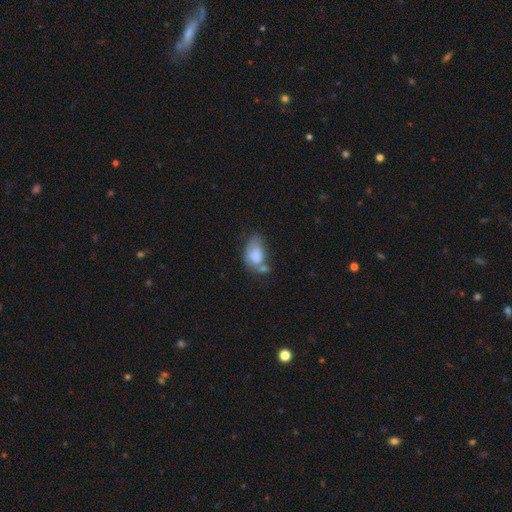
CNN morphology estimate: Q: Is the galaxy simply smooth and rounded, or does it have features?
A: smooth — 76%.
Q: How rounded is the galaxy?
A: in between — 88%.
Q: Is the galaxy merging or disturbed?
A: merger — 32%.